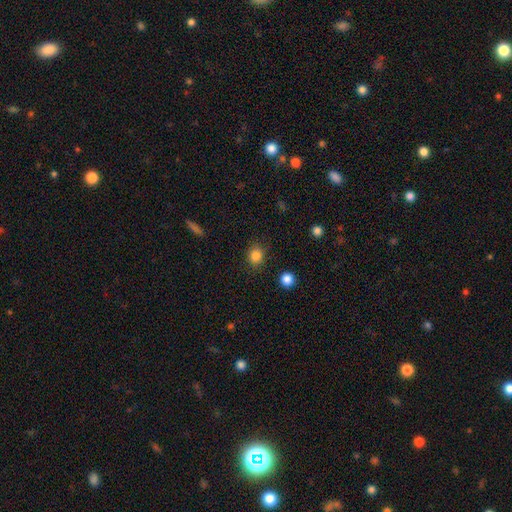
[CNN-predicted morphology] A smooth galaxy with no disk features (85%) that is round (71%). Merging: none (84%).